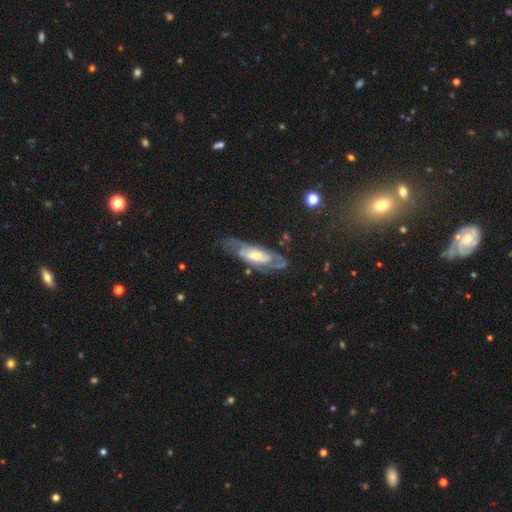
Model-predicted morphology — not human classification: Smooth or featured: featured or disk — 77% (smooth — 17%)
Edge-on disk: no — 83% (yes — 17%)
Bar: no — 47% (weak — 37%)
Spiral arms: yes — 85% (no — 15%)
Spiral winding: tight — 50% (medium — 38%)
Spiral arm count: 2 — 55% (can't tell — 32%)
Bulge size: moderate — 52% (small — 38%)
Merging: none — 66% (minor disturbance — 20%)